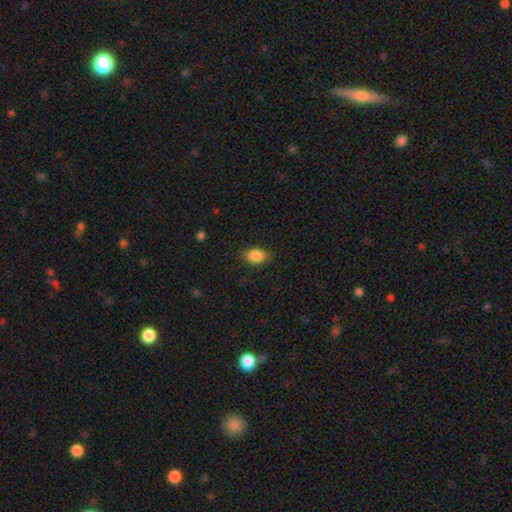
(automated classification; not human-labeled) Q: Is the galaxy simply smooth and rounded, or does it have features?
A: smooth — 87%.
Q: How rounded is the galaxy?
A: in between — 83%.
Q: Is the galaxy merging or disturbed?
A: none — 84%.